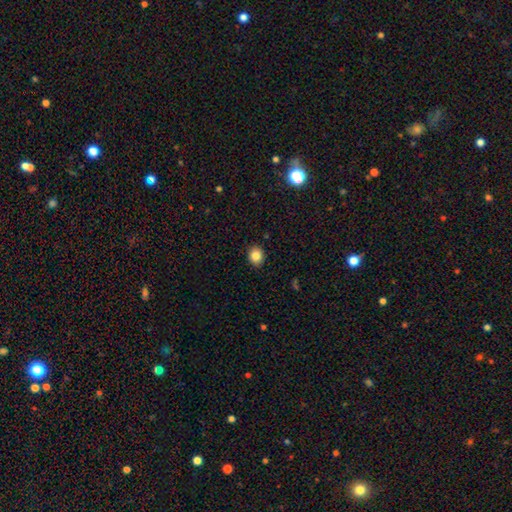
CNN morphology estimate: This appears to be a smooth galaxy with no disk features (84%) that is round (54%). Merging: none (90%).